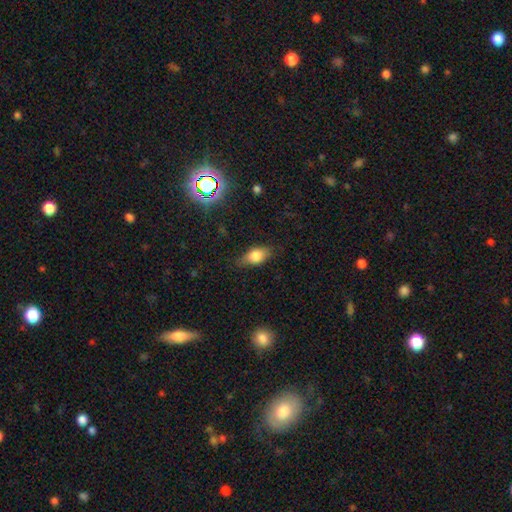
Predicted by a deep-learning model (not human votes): This is likely a smooth galaxy (74%). How rounded: clearly in between (82%). Merging: likely none (76%).